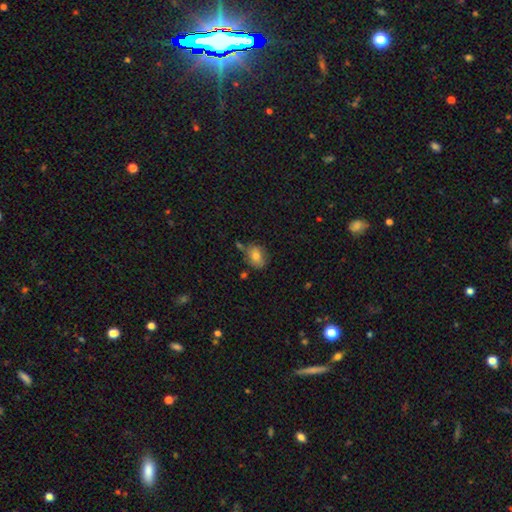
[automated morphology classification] smooth 77%, featured or disk 14%, star or artifact 9%. Down the decision tree: how rounded — in between (73%); merging — none (66%).